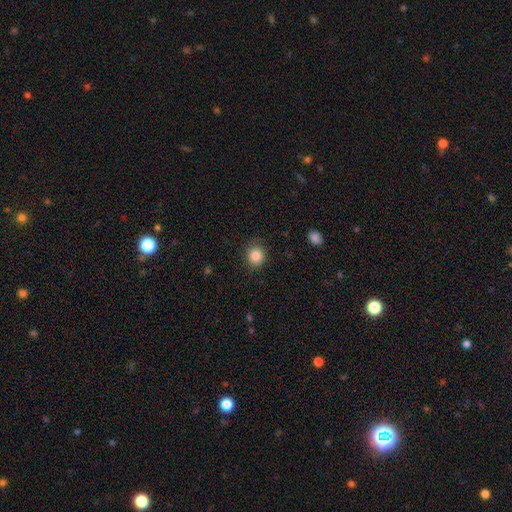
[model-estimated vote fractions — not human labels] Overall: smooth (85%). How rounded: round (85%). Merging: none (84%).